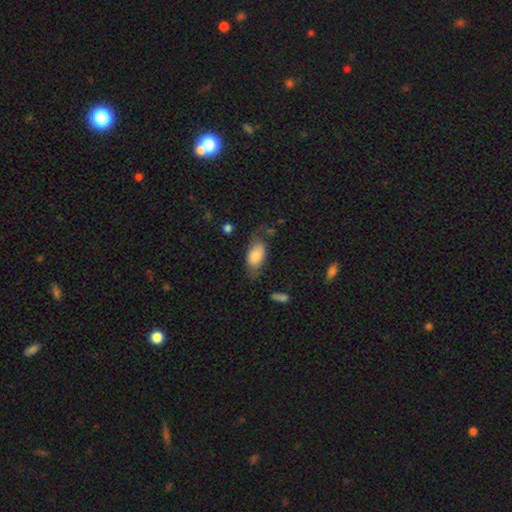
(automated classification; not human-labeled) Q: Smooth or featured?
A: smooth (74%); runner-up: featured or disk (19%)
Q: How rounded?
A: in between (91%); runner-up: round (4%)
Q: Merging?
A: none (52%); runner-up: minor disturbance (27%)